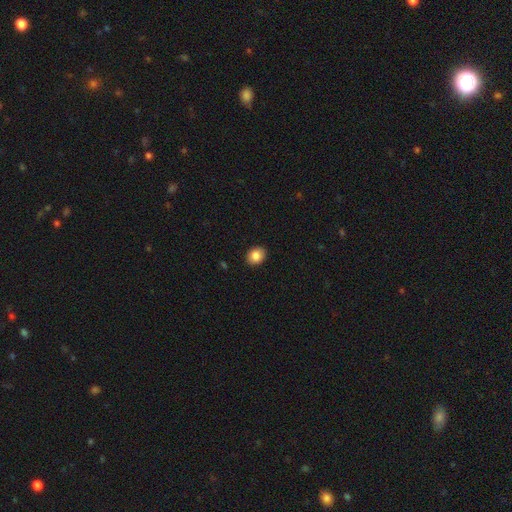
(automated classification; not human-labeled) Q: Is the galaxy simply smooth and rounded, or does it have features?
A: smooth — 86%.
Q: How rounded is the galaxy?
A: in between — 52%.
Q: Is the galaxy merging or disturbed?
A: none — 91%.